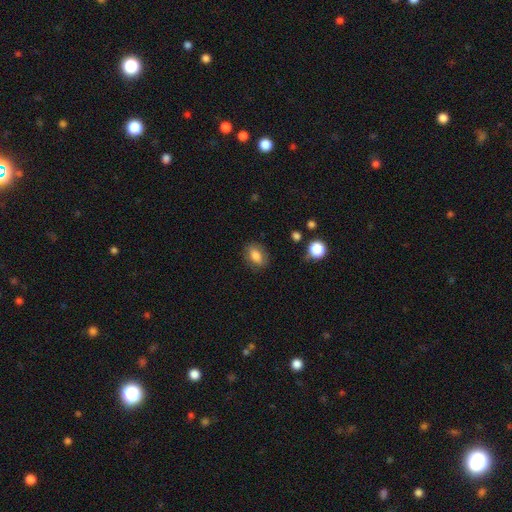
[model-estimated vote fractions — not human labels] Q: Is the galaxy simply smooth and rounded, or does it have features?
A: smooth — 81%.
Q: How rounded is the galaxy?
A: in between — 78%.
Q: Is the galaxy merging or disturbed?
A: none — 80%.